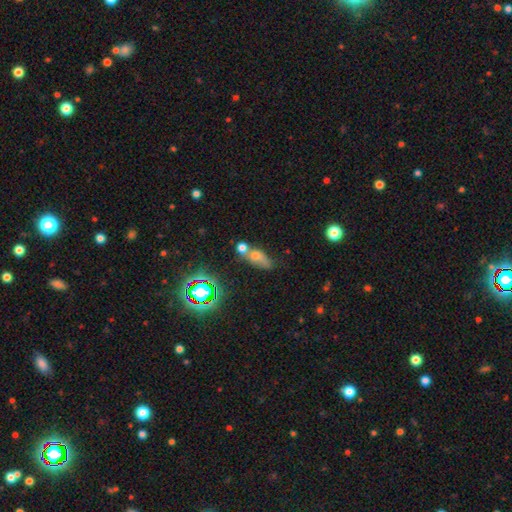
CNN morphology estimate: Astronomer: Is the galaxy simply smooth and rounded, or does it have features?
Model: smooth — 54%.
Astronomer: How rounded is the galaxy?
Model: in between — 62%.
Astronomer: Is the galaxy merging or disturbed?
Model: none — 44% (runner-up: merger, 32%).